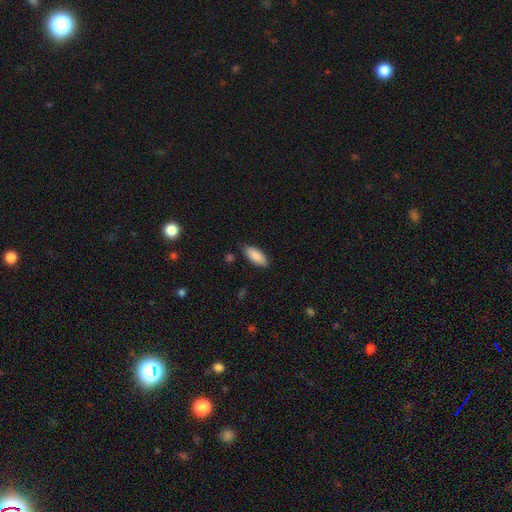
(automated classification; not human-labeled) Smooth or featured: smooth — 88% (star or artifact — 6%)
How rounded: in between — 82% (cigar-shaped — 17%)
Merging: none — 85% (minor disturbance — 11%)